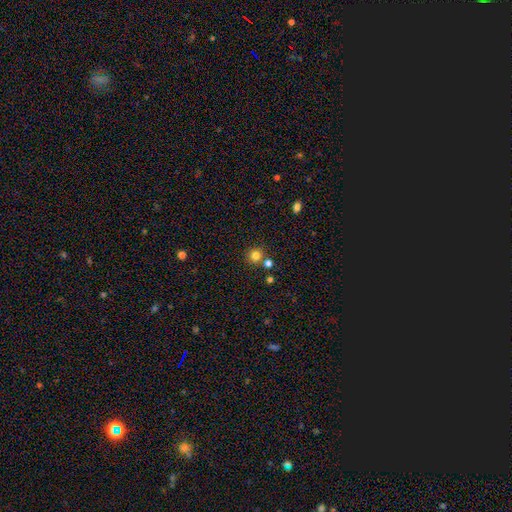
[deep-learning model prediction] This is clearly a smooth galaxy (80%). How rounded: clearly round (93%). Merging: likely none (78%).